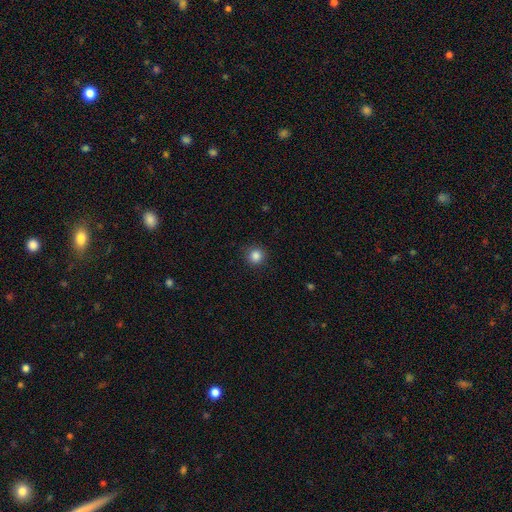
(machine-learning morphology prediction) The model was most divided on "smooth or featured": smooth: 86%, star or artifact: 11%, featured or disk: 4%. More confident: how rounded — round (92%); merging — none (89%).